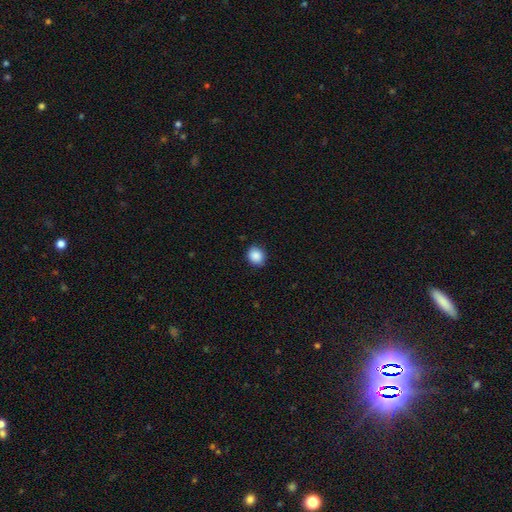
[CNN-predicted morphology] This appears to be a smooth galaxy with no disk features (88%) that is round (73%). Merging: none (87%).